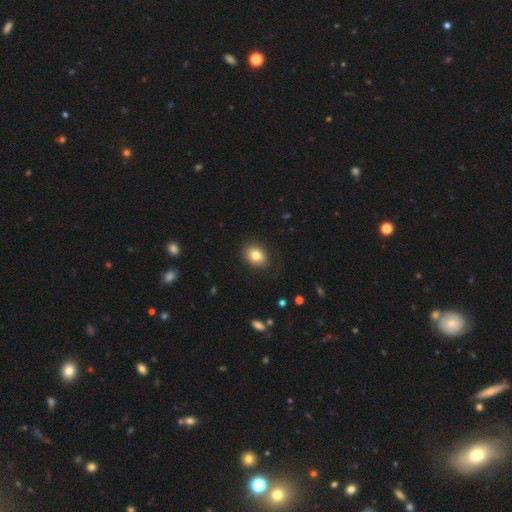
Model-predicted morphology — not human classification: This is clearly a smooth galaxy (80%). How rounded: likely in between (66%). Merging: clearly none (85%).